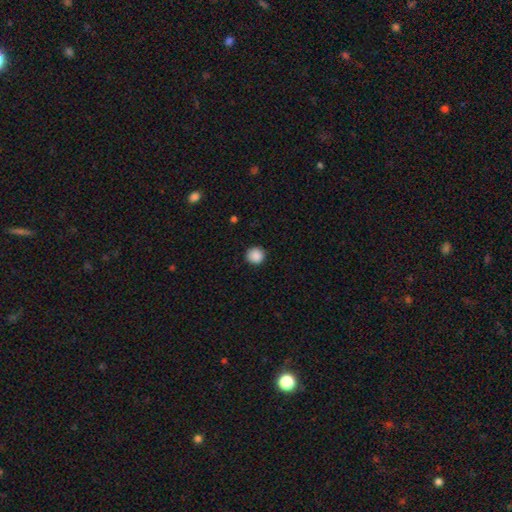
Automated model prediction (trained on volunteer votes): A smooth galaxy with no disk features (88%) that is round (94%). Merging: none (91%).